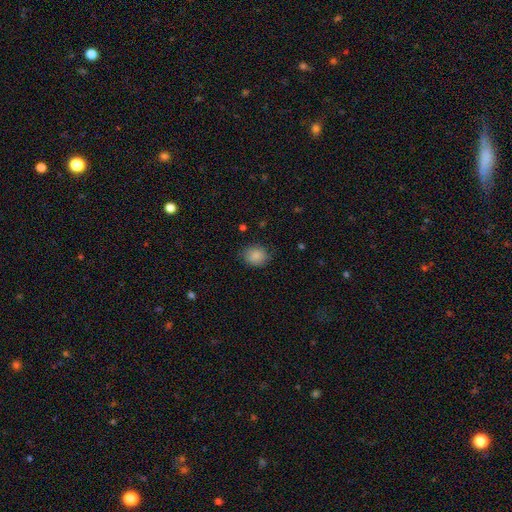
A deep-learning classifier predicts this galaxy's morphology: Smooth or featured? Predicted: smooth (p=0.87). How rounded? Predicted: round (p=0.61). Merging? Predicted: none (p=0.82).